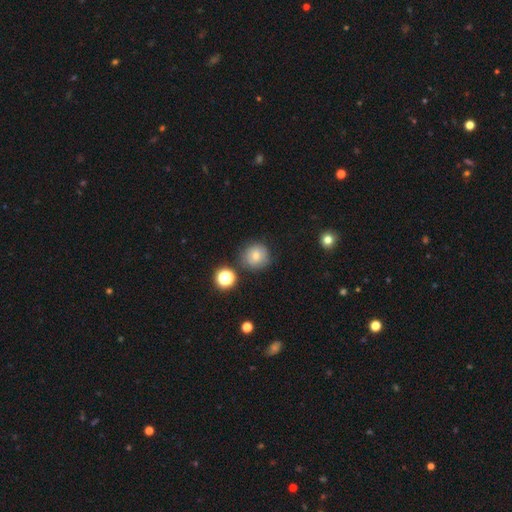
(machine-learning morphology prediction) Smooth or featured? Predicted: smooth (p=0.73). How rounded? Predicted: round (p=0.91). Merging? Predicted: none (p=0.79).